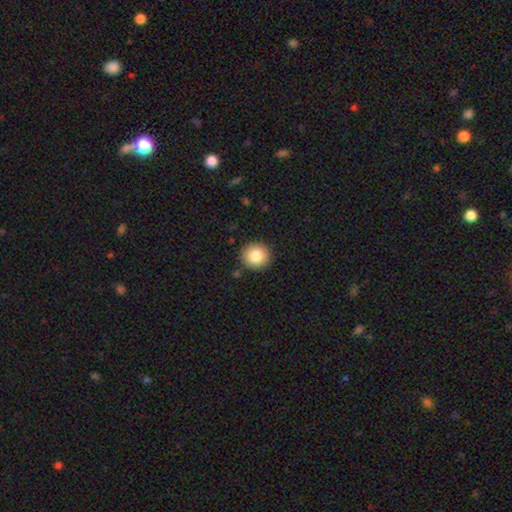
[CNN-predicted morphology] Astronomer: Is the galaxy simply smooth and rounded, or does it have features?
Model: smooth — 82%.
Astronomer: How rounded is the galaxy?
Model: round — 91%.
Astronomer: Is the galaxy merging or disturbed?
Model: none — 90%.